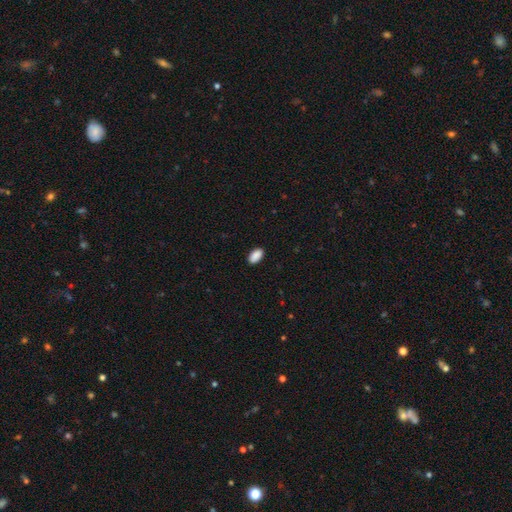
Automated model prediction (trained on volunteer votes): A smooth galaxy with no disk features (90%) that is in between round and cigar-shaped (94%). Merging: none (89%).